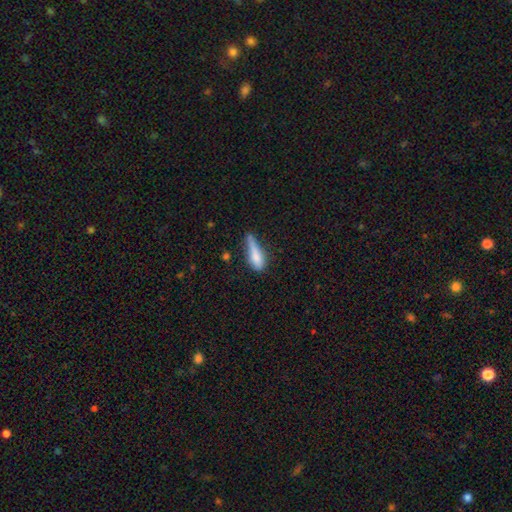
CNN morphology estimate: Smooth or featured?
  - smooth: 75% *
  - featured or disk: 17%
  - star or artifact: 8%
How rounded?
  - cigar-shaped: 54% *
  - in between: 43%
  - round: 3%
Merging?
  - minor disturbance: 39% *
  - none: 33%
  - major disturbance: 20%
  - merger: 8%